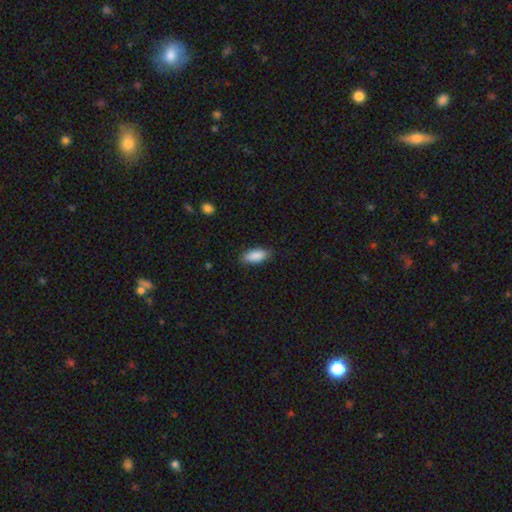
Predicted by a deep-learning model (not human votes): Morphology: type=smooth (89%); roundness=in between (87%); merging=none (84%).